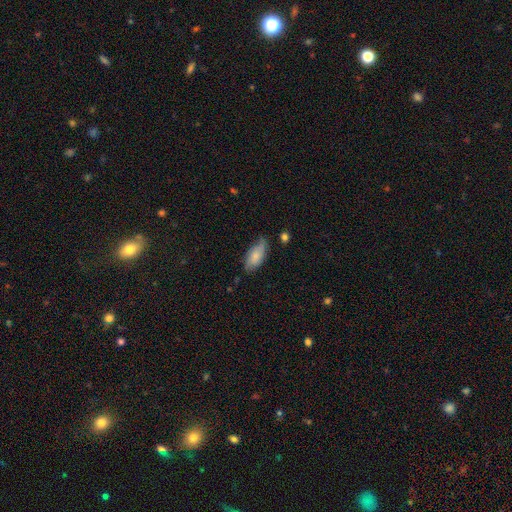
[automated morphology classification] smooth-or-featured: smooth: 76% | featured or disk: 18% | star or artifact: 6%
  how-rounded: in between: 87% | cigar-shaped: 11% | round: 2%
  merging: none: 63% | minor disturbance: 29% | major disturbance: 6% | merger: 2%